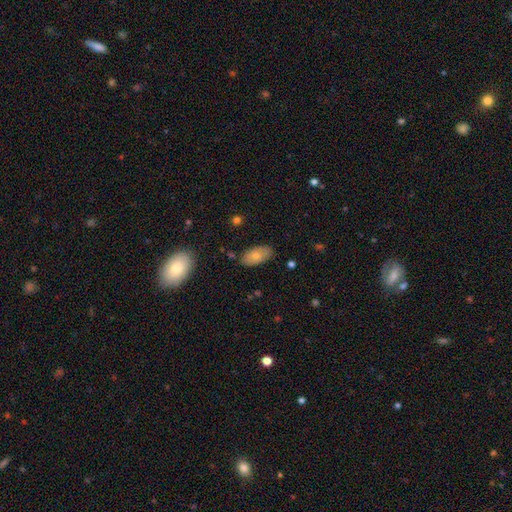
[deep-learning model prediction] Morphology: type=smooth (73%); roundness=in between (93%); merging=none (80%).